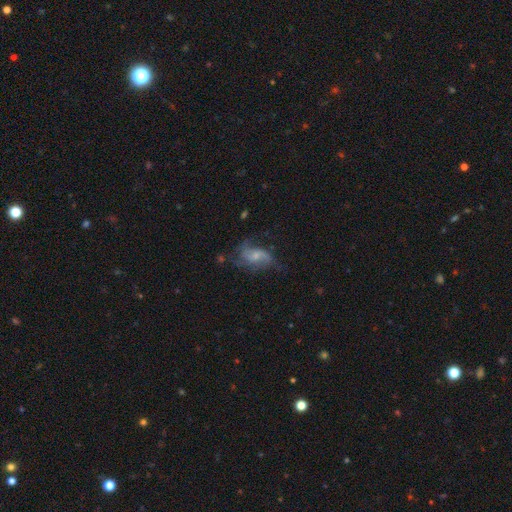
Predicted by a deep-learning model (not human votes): A featured or disk galaxy (61%) with no bar (53%), spiral arms (80%) and a small central bulge (53%). Merging: none (45%).